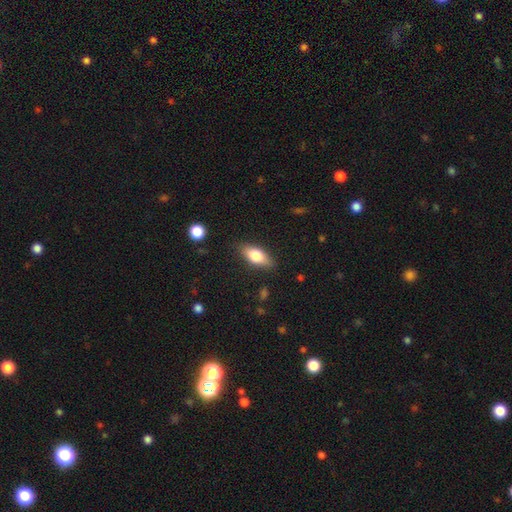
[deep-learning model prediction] This appears to be a smooth galaxy with no disk features (72%) that is in between round and cigar-shaped (81%). Merging: none (83%).